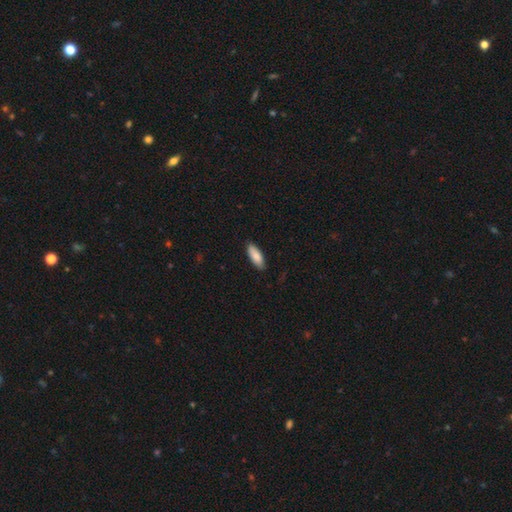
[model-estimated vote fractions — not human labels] Smooth or featured?
  - smooth: 88% *
  - featured or disk: 6%
  - star or artifact: 5%
How rounded?
  - in between: 73% *
  - cigar-shaped: 25%
  - round: 2%
Merging?
  - none: 87% *
  - minor disturbance: 10%
  - major disturbance: 2%
  - merger: 1%